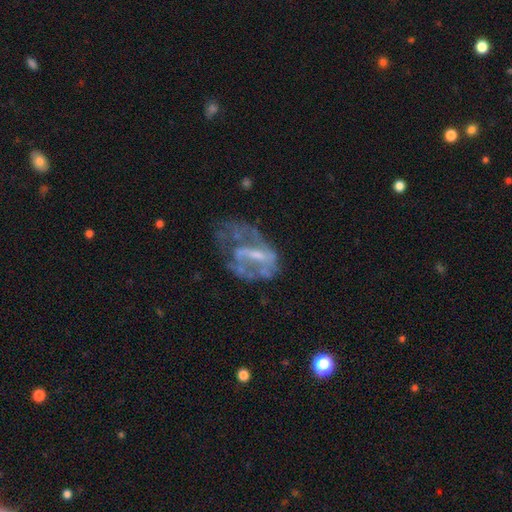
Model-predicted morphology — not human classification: type=featured or disk (73%); edge-on=no (96%); bar=weak (42%); spiral arms=no (54%); bulge=small (39%); merging=none (36%, tied with major disturbance).